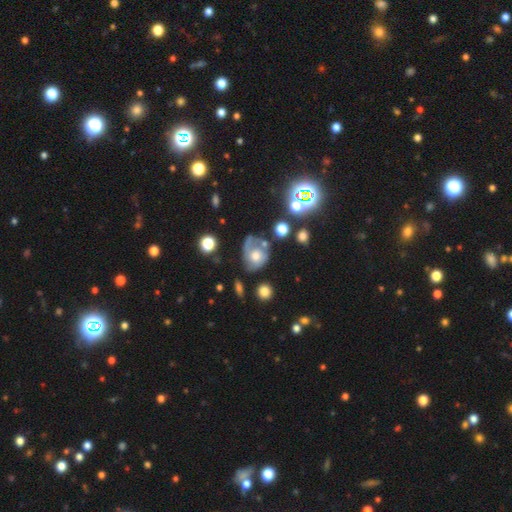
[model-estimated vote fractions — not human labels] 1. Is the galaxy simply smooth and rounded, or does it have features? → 53% featured or disk, 35% smooth, 12% star or artifact.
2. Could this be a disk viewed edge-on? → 96% no, 4% yes.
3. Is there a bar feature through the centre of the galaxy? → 79% no, 17% weak, 3% strong.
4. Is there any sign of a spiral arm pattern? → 68% yes, 32% no.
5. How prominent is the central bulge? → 62% moderate, 18% small, 14% large, 4% none, 2% dominant.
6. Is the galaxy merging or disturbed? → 36% none, 27% minor disturbance, 25% major disturbance, 12% merger.